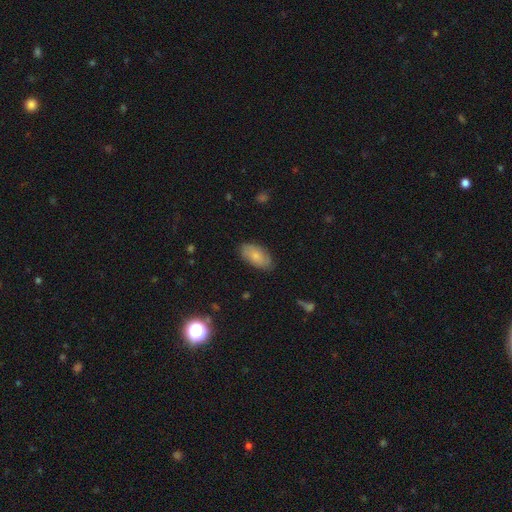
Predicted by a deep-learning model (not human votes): Q: Smooth or featured?
A: smooth (76%); runner-up: featured or disk (17%)
Q: How rounded?
A: in between (94%); runner-up: cigar-shaped (3%)
Q: Merging?
A: none (81%); runner-up: minor disturbance (15%)